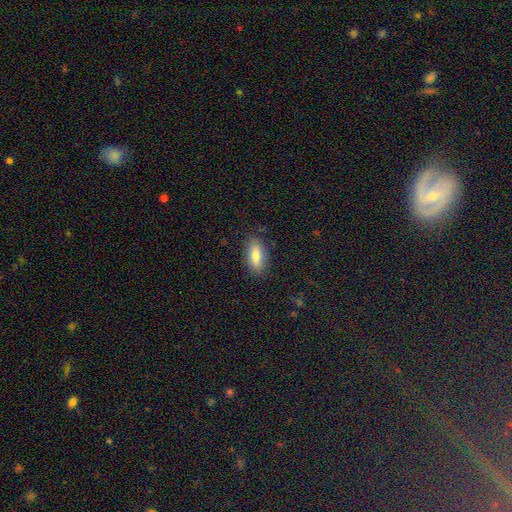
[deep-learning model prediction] This appears to be a smooth galaxy with no disk features (78%) that is in between round and cigar-shaped (80%). Merging: none (85%).